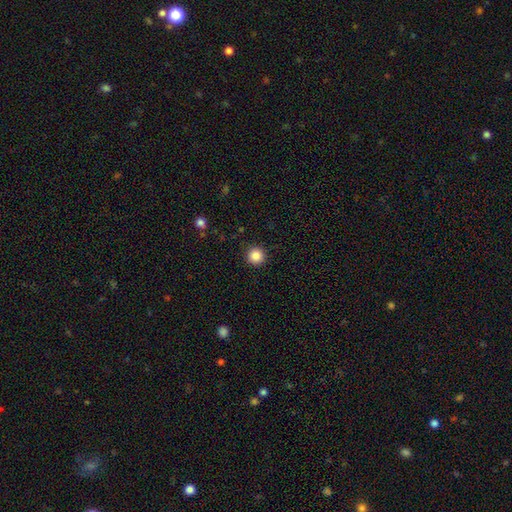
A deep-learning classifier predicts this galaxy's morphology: This is clearly a smooth galaxy (86%). How rounded: clearly round (96%). Merging: clearly none (92%).